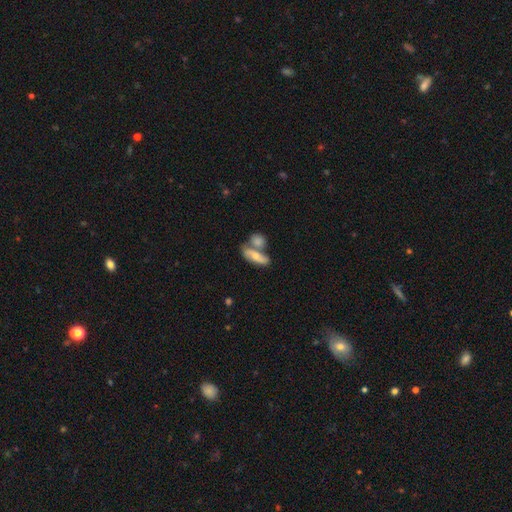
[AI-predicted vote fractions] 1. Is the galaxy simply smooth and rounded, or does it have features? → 63% smooth, 30% featured or disk, 7% star or artifact.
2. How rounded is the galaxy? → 65% in between, 28% cigar-shaped, 7% round.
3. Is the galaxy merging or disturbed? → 44% merger, 39% none, 12% minor disturbance, 5% major disturbance.